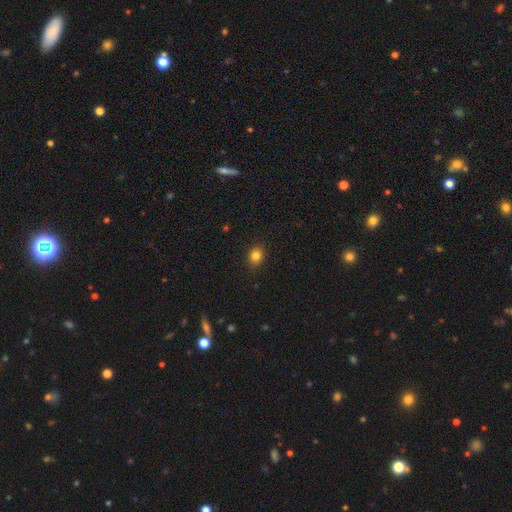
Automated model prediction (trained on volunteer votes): Q: Smooth or featured?
A: smooth (83%); runner-up: star or artifact (12%)
Q: How rounded?
A: round (62%); runner-up: in between (37%)
Q: Merging?
A: none (90%); runner-up: minor disturbance (7%)